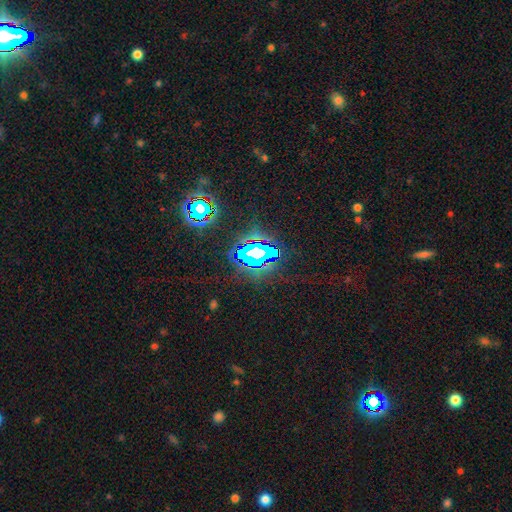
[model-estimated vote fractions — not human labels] Q: Smooth or featured?
A: star or artifact (79%); runner-up: smooth (11%)